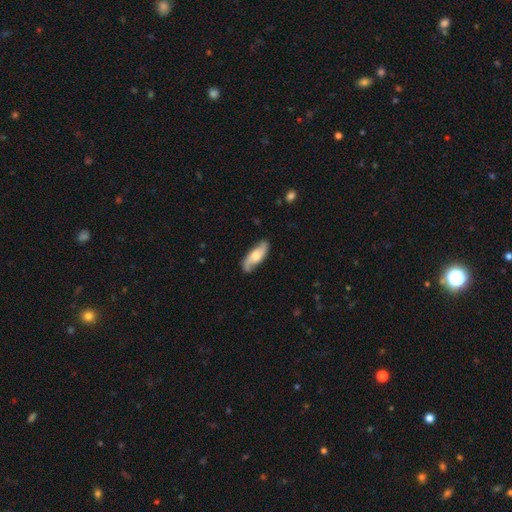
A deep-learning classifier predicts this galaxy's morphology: featured or disk 58%, smooth 36%, star or artifact 6%. Down the decision tree: edge-on disk — no (84%); merging — none (78%).